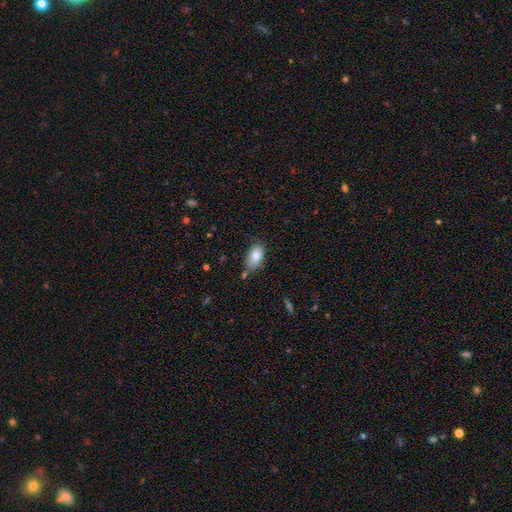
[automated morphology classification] This appears to be a smooth galaxy with no disk features (83%) that is in between round and cigar-shaped (93%). Merging: none (70%).